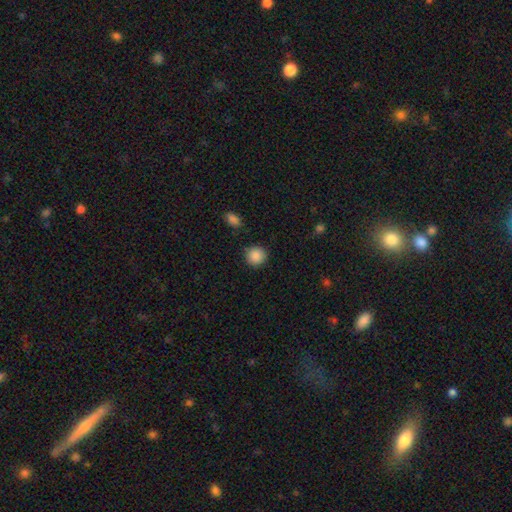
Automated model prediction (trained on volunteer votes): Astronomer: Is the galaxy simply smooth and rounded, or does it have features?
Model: smooth — 88%.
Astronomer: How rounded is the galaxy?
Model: round — 92%.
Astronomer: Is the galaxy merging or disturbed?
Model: none — 88%.